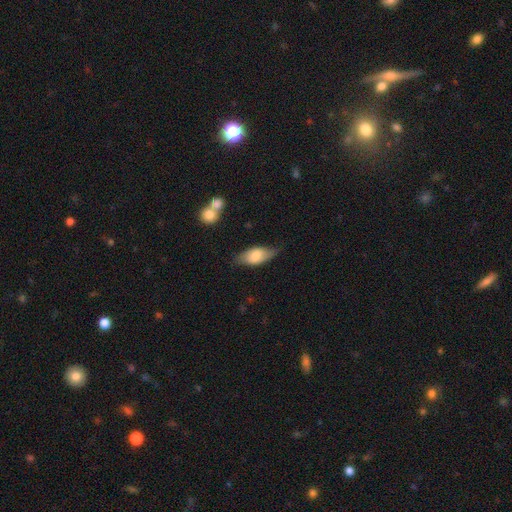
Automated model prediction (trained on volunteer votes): Q: Smooth or featured?
A: smooth (68%); runner-up: featured or disk (26%)
Q: How rounded?
A: in between (85%); runner-up: cigar-shaped (12%)
Q: Merging?
A: none (62%); runner-up: minor disturbance (28%)